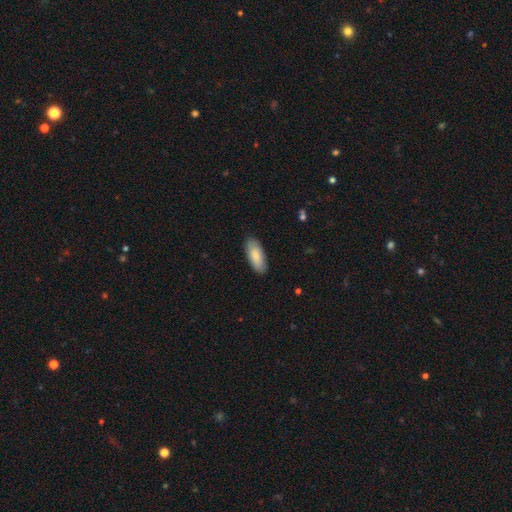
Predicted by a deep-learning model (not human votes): smooth-or-featured: smooth: 80% | featured or disk: 14% | star or artifact: 5%
  how-rounded: in between: 83% | cigar-shaped: 16% | round: 2%
  merging: none: 86% | minor disturbance: 11% | major disturbance: 2% | merger: 1%